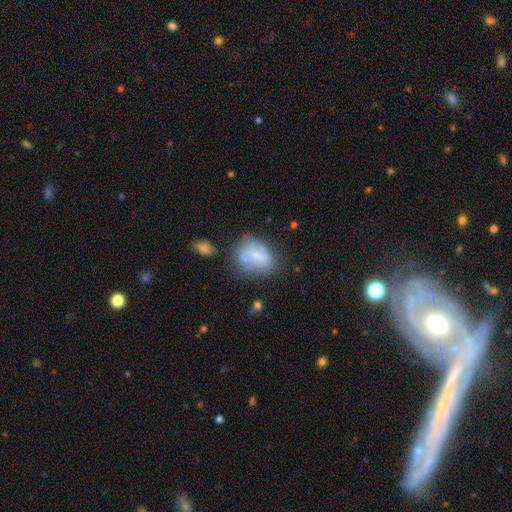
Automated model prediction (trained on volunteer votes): smooth 54%, featured or disk 36%, star or artifact 10%. Down the decision tree: how rounded — in between (64%); merging — none (43%).